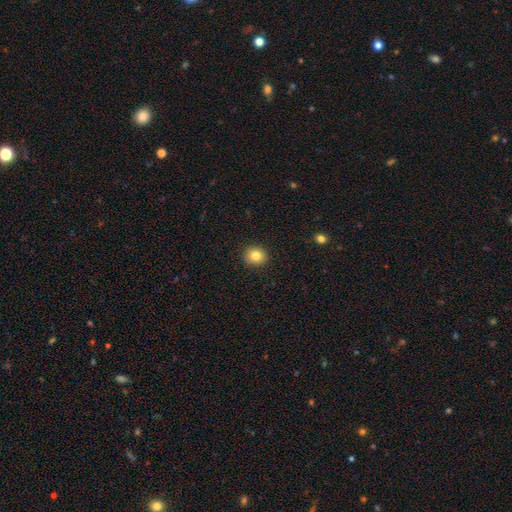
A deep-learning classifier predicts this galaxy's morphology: smooth 83%, star or artifact 10%, featured or disk 7%. Down the decision tree: how rounded — round (84%); merging — none (91%).